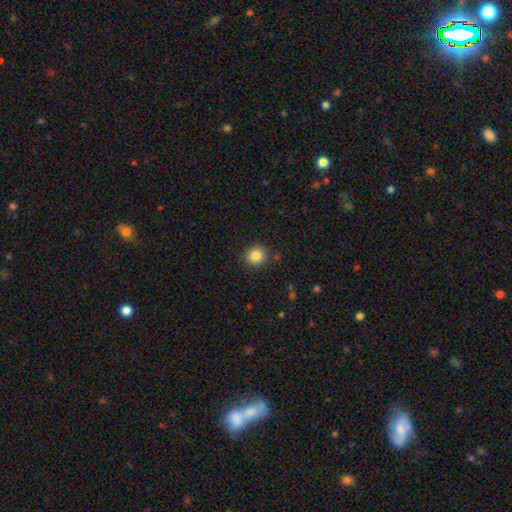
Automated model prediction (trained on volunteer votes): A smooth galaxy with no disk features (84%) that is round (90%).

Vote fractions:
- Smooth or featured? smooth: 84% / star or artifact: 11% / featured or disk: 6%
- How rounded? round: 90% / in between: 9% / cigar-shaped: 1%
- Merging? none: 87% / minor disturbance: 9% / major disturbance: 2% / merger: 2%